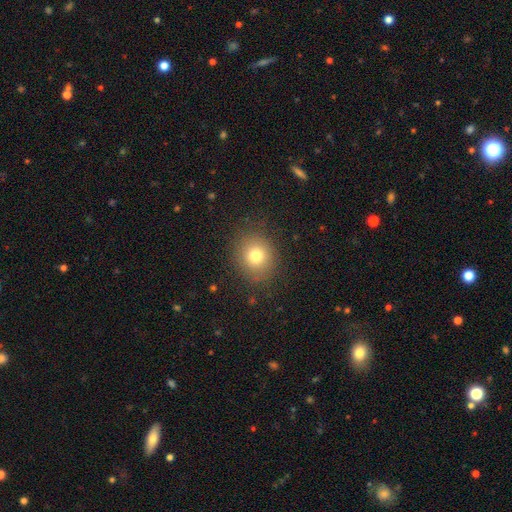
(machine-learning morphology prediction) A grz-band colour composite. It shows a smooth galaxy with no disk features (77%) that is round (77%). Merging: none (85%).